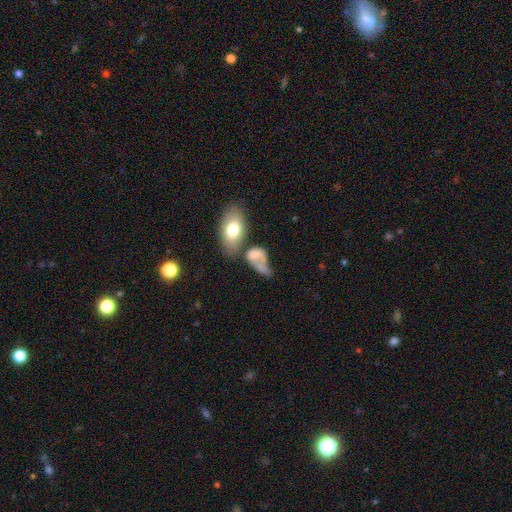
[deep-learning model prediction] This is likely a smooth galaxy (66%). How rounded: clearly in between (85%). Merging: marginally merger (37%).